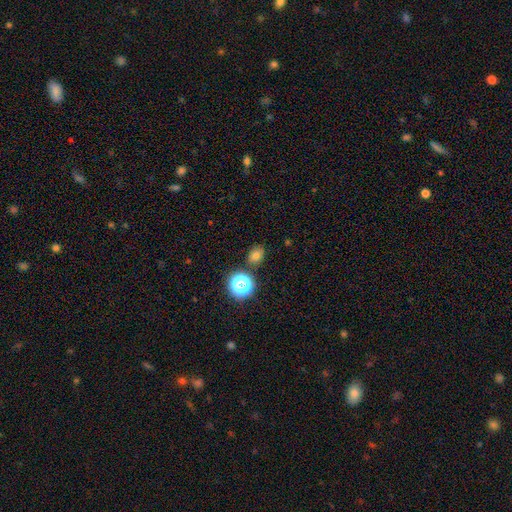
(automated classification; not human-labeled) The model was most divided on "how rounded": round: 51%, in between: 48%, cigar-shaped: 1%. More confident: merging — none (81%); smooth or featured — smooth (71%).